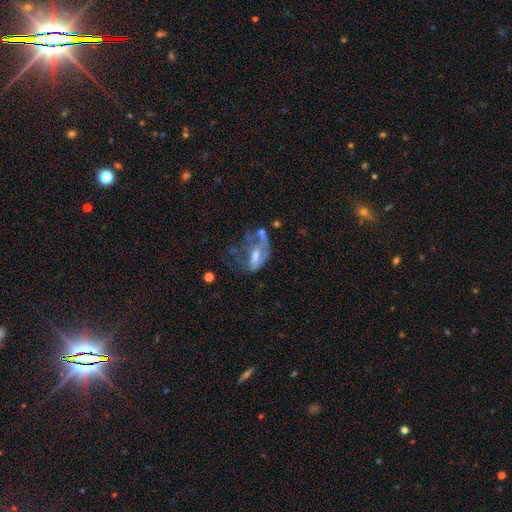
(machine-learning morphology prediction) Q: Smooth or featured?
A: featured or disk (61%); runner-up: smooth (27%)
Q: Edge-on disk?
A: no (93%); runner-up: yes (7%)
Q: Bar?
A: no (58%); runner-up: weak (30%)
Q: Spiral arms?
A: no (67%); runner-up: yes (33%)
Q: Bulge size?
A: moderate (51%); runner-up: small (30%)
Q: Merging?
A: major disturbance (47%); runner-up: none (21%)